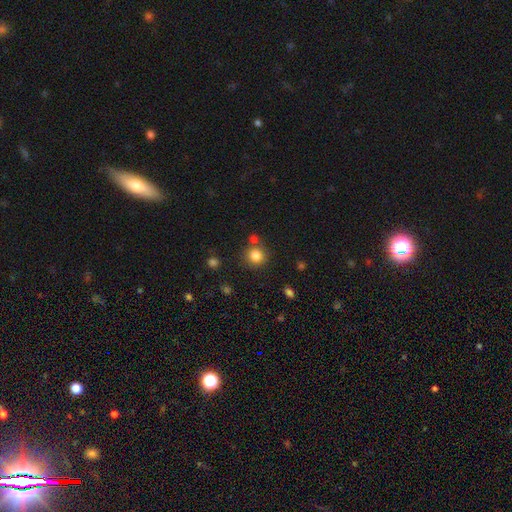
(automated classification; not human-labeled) Smooth or featured?
  - smooth: 82% *
  - star or artifact: 12%
  - featured or disk: 6%
How rounded?
  - round: 91% *
  - in between: 8%
  - cigar-shaped: 1%
Merging?
  - none: 76% *
  - merger: 12%
  - minor disturbance: 9%
  - major disturbance: 3%